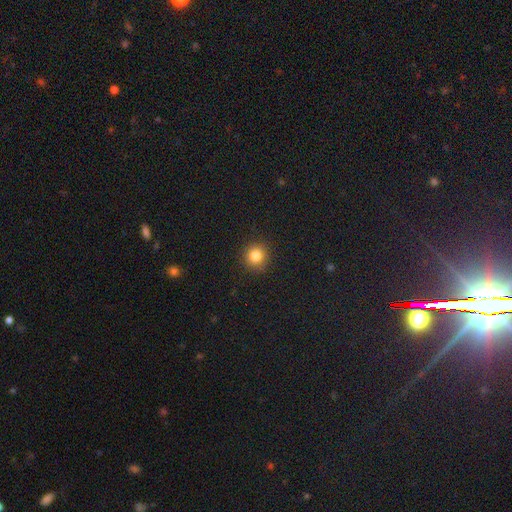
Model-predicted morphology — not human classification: Smooth or featured?
  - smooth: 83% *
  - star or artifact: 12%
  - featured or disk: 5%
How rounded?
  - round: 92% *
  - in between: 7%
  - cigar-shaped: 1%
Merging?
  - none: 92% *
  - minor disturbance: 6%
  - major disturbance: 2%
  - merger: 1%